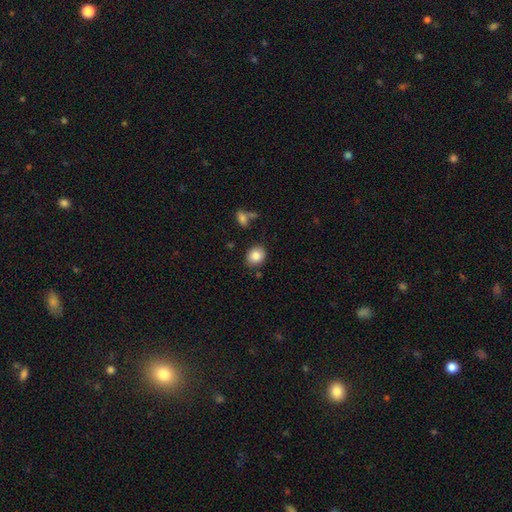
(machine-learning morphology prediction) The model was most divided on "how rounded": round: 64%, in between: 35%, cigar-shaped: 1%. More confident: smooth or featured — smooth (84%); merging — none (83%).